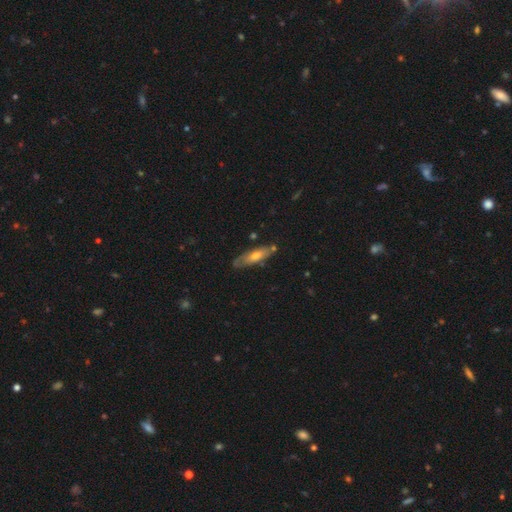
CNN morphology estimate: Smooth or featured? smooth (48%)
Merging? none (74%)